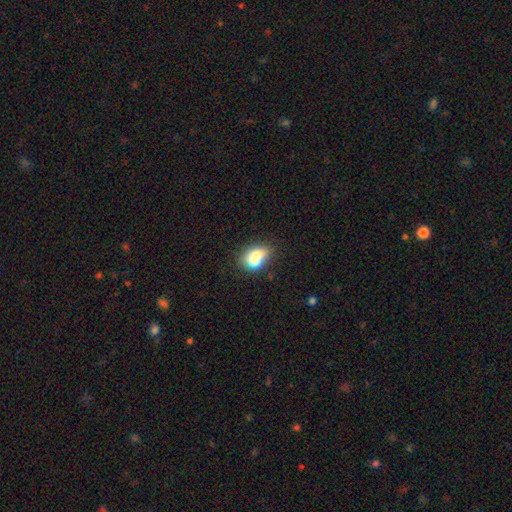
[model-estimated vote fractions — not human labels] This is likely a smooth galaxy (68%). How rounded: likely in between (63%). Merging: possibly merger (48%).